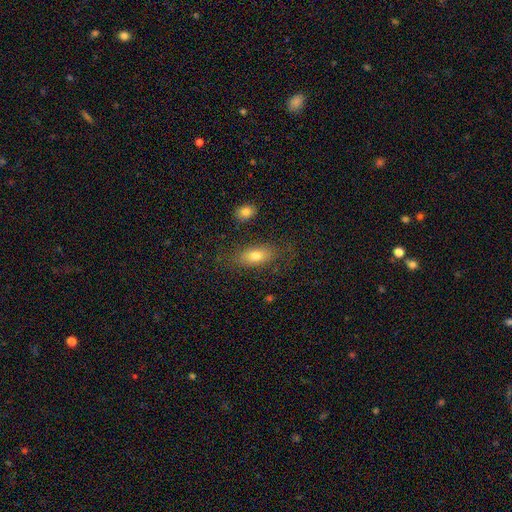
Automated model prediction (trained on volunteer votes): smooth 75%, featured or disk 16%, star or artifact 9%. Down the decision tree: how rounded — in between (85%); merging — none (75%).